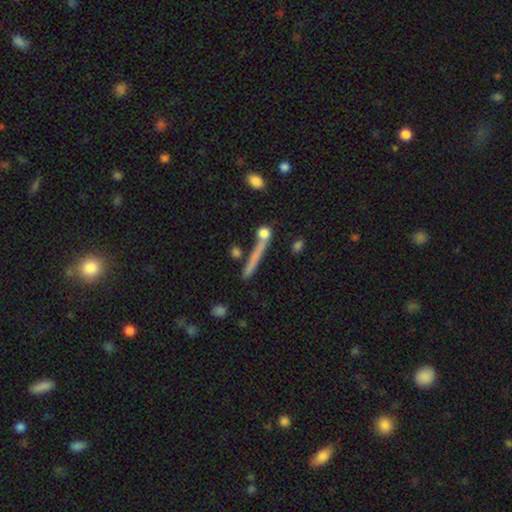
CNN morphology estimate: A smooth galaxy with no disk features (52%) that is cigar-shaped (88%). Merging: none (71%).